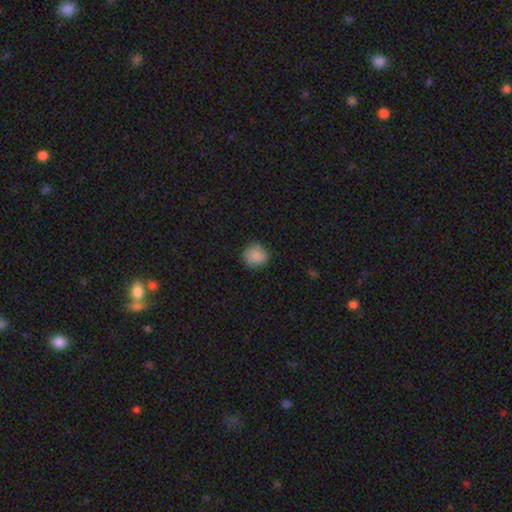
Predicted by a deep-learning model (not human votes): Smooth or featured?
  - smooth: 87% *
  - star or artifact: 8%
  - featured or disk: 5%
How rounded?
  - round: 86% *
  - in between: 13%
  - cigar-shaped: 1%
Merging?
  - none: 82% *
  - minor disturbance: 14%
  - major disturbance: 3%
  - merger: 1%